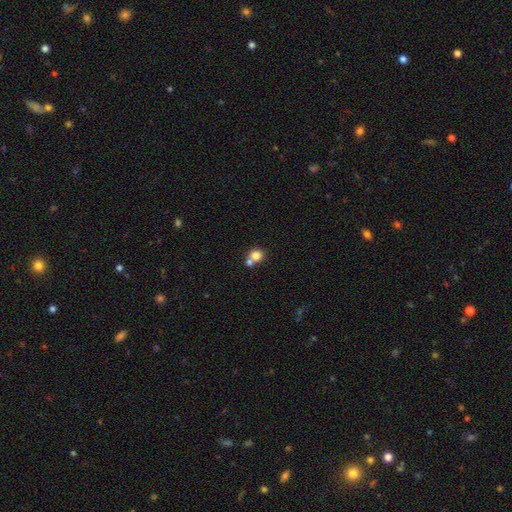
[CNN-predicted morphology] Smooth or featured? Predicted: smooth (p=0.80). How rounded? Predicted: round (p=0.81). Merging? Predicted: merger (p=0.45, tied with none).